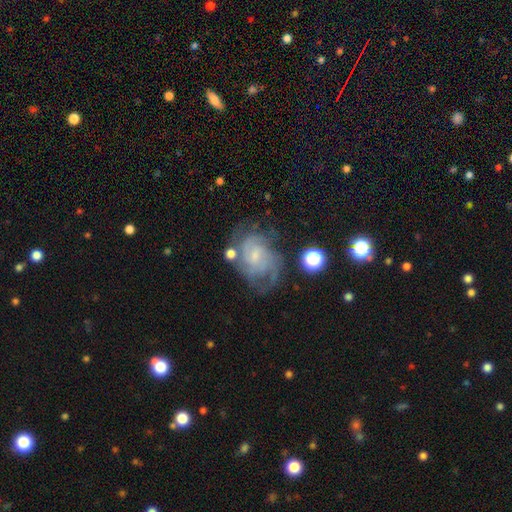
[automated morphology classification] A featured or disk galaxy (79%) with no bar (56%), tight (49%) spiral arms (93%) and a small central bulge (66%). Merging: none (55%).